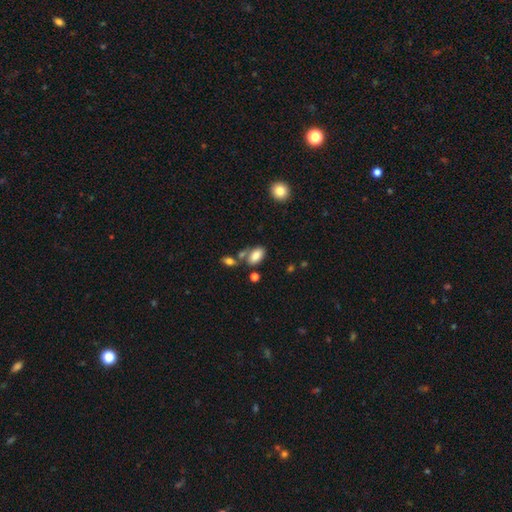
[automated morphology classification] A smooth galaxy with no disk features (84%) that is in between round and cigar-shaped (93%).

Vote fractions:
- Smooth or featured? smooth: 84% / star or artifact: 8% / featured or disk: 8%
- How rounded? in between: 93% / round: 5% / cigar-shaped: 3%
- Merging? none: 61% / merger: 21% / minor disturbance: 14% / major disturbance: 4%